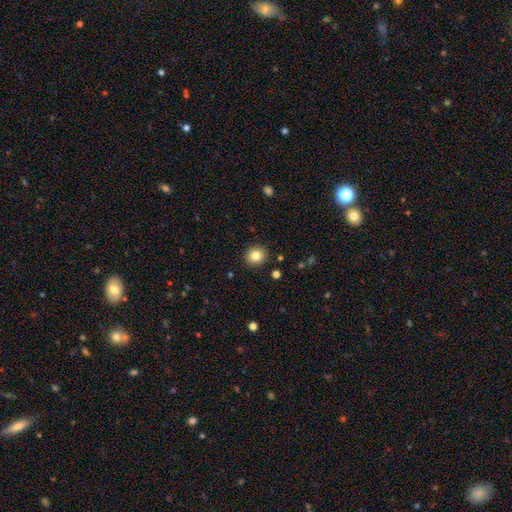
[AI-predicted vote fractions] Smooth or featured: smooth — 82% (star or artifact — 10%)
How rounded: round — 80% (in between — 19%)
Merging: none — 90% (minor disturbance — 6%)